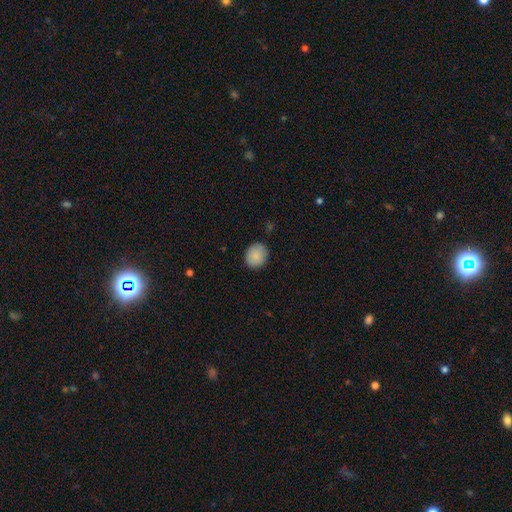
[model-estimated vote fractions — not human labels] smooth 88%, star or artifact 7%, featured or disk 5%. Down the decision tree: how rounded — round (78%); merging — none (87%).